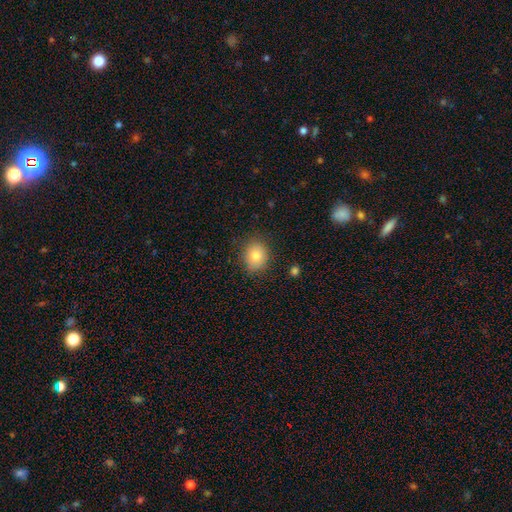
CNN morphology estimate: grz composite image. It shows a smooth galaxy with no disk features (81%) that is round (69%). Merging: none (86%).